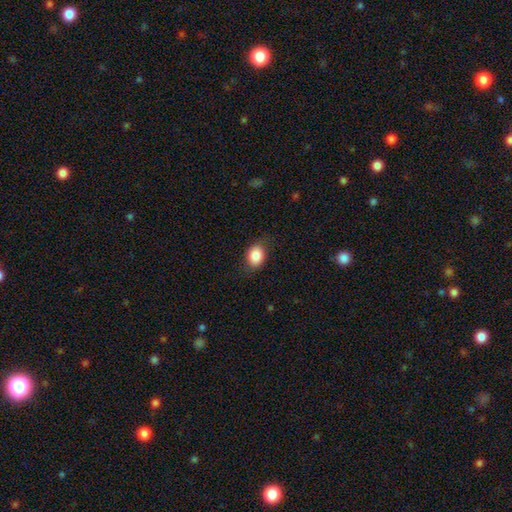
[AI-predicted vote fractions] A smooth galaxy with no disk features (86%) that is in between round and cigar-shaped (65%). Merging: none (77%).